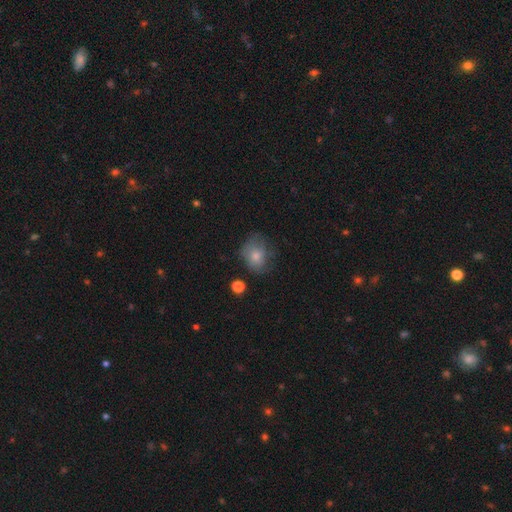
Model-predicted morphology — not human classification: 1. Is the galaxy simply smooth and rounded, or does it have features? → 71% smooth, 19% featured or disk, 10% star or artifact.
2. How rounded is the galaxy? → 54% round, 45% in between, 1% cigar-shaped.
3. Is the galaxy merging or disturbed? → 48% none, 30% minor disturbance, 18% major disturbance, 3% merger.